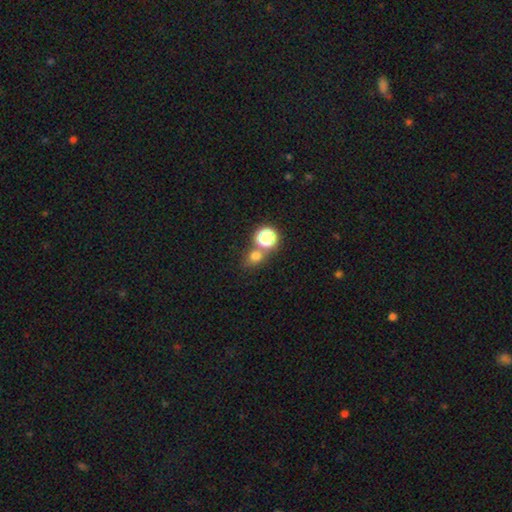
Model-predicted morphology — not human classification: Q: Smooth or featured?
A: smooth (68%); runner-up: star or artifact (24%)
Q: How rounded?
A: round (75%); runner-up: in between (24%)
Q: Merging?
A: none (62%); runner-up: merger (26%)